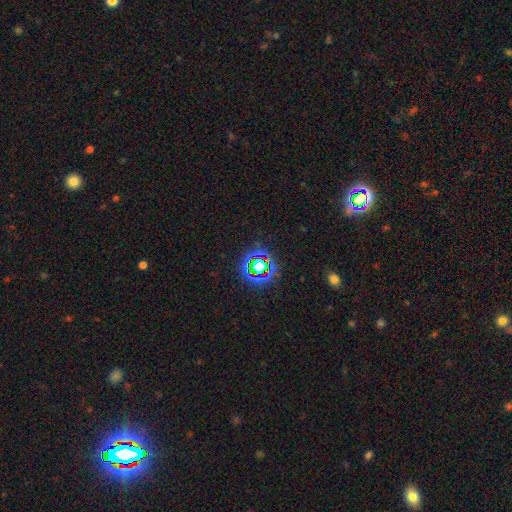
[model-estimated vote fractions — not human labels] This is possibly a star or artifact rather than a galaxy (54%).